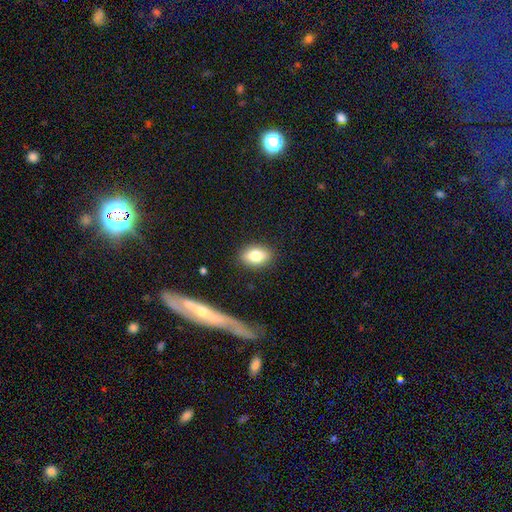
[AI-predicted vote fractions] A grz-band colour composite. It shows a smooth galaxy with no disk features (78%) that is in between round and cigar-shaped (82%). Merging: none (86%).